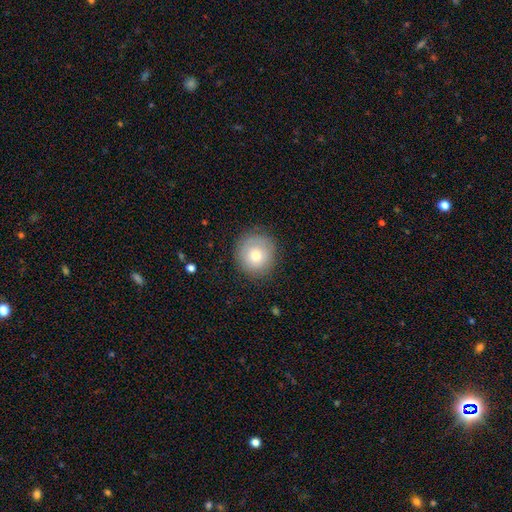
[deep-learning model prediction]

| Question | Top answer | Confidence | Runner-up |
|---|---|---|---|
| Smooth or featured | smooth | 69% | featured or disk (23%) |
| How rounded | round | 93% | in between (6%) |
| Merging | none | 83% | minor disturbance (12%) |